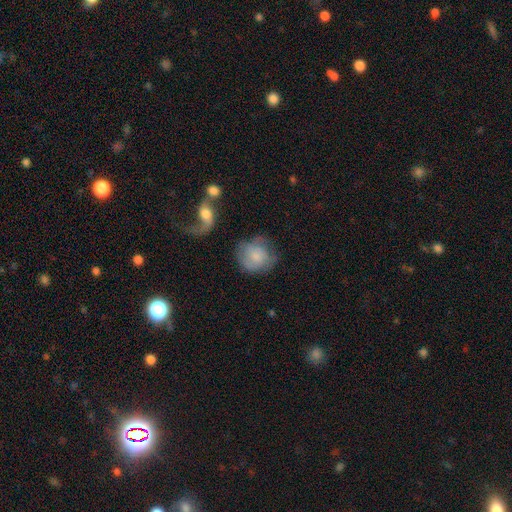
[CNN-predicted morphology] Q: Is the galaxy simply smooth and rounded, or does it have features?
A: smooth — 65%.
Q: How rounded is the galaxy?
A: round — 80%.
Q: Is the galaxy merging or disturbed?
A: none — 52%.